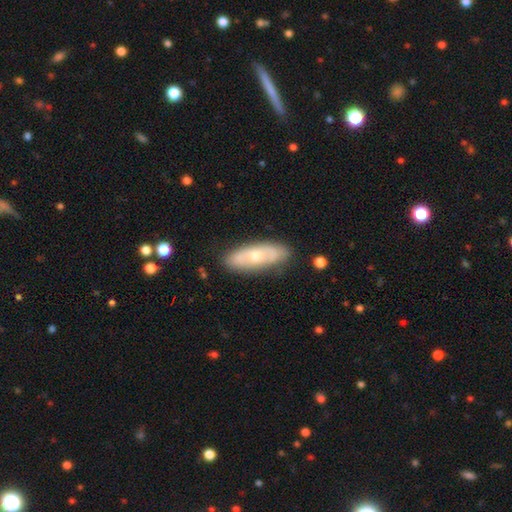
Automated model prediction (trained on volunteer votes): smooth_or_featured: smooth (p=0.48) [alt: featured or disk p=0.46]
merging: none (p=0.81) [alt: minor disturbance p=0.14]